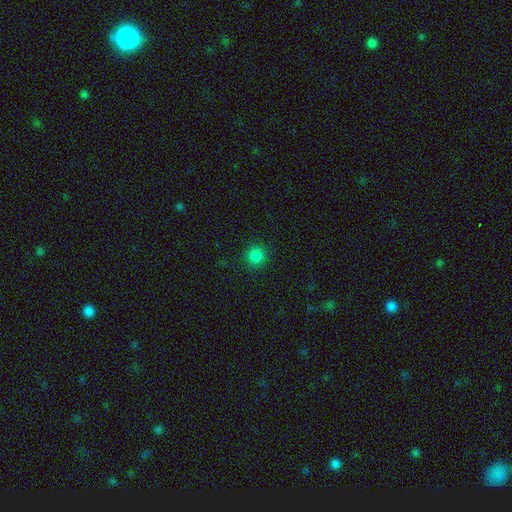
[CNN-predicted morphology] Overall: smooth (83%). How rounded: round (94%). Merging: none (91%).